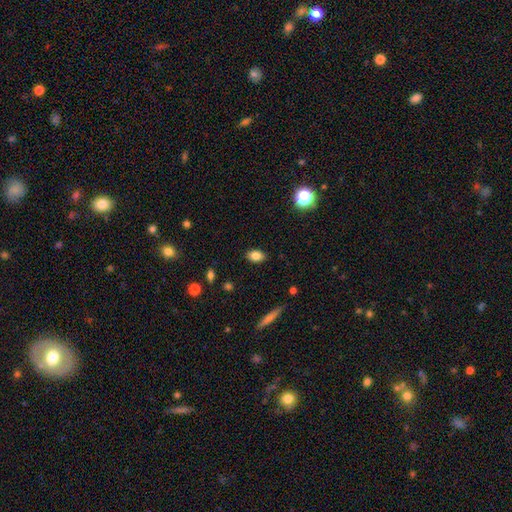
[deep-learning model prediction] This appears to be a smooth galaxy with no disk features (82%) that is in between round and cigar-shaped (85%). Merging: none (88%).